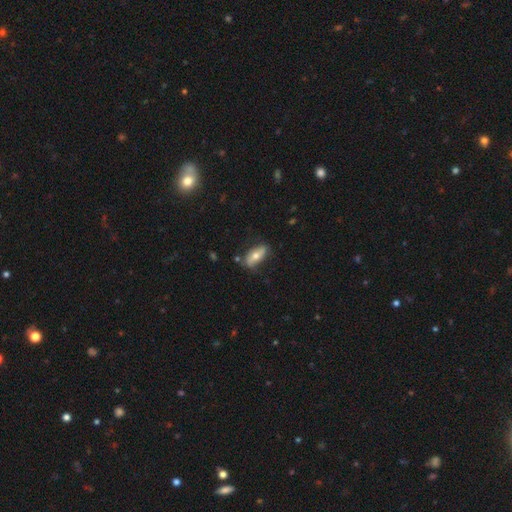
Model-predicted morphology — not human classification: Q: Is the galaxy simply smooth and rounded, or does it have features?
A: smooth — 56%.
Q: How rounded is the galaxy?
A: in between — 78%.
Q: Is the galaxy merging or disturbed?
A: none — 73%.